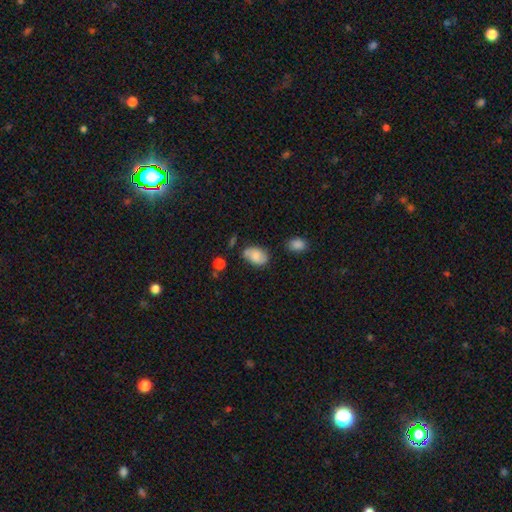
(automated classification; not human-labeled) smooth-or-featured: smooth: 75% | featured or disk: 17% | star or artifact: 8%
  how-rounded: in between: 89% | round: 10% | cigar-shaped: 1%
  merging: none: 62% | minor disturbance: 27% | major disturbance: 6% | merger: 4%